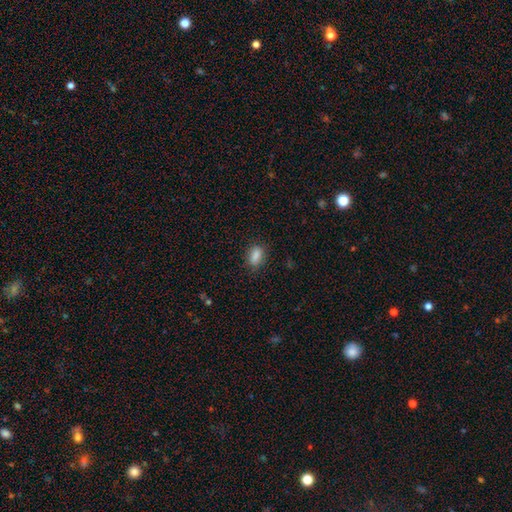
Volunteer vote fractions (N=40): Smooth or featured?
  - smooth: 92% *
  - star or artifact: 5%
  - featured or disk: 2%
How rounded?
  - in between: 89% *
  - cigar-shaped: 11%
  - round: 0%
Merging?
  - none: 89% *
  - minor disturbance: 11%
  - major disturbance: 0%
  - merger: 0%